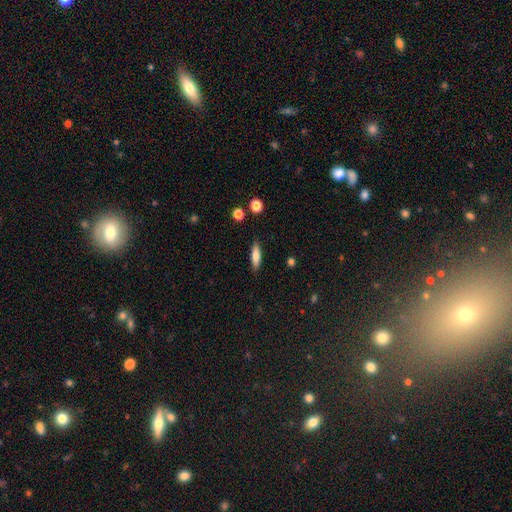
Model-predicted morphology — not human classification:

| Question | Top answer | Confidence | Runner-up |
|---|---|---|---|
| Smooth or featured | smooth | 74% | featured or disk (19%) |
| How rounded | cigar-shaped | 58% | in between (40%) |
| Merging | none | 87% | minor disturbance (9%) |